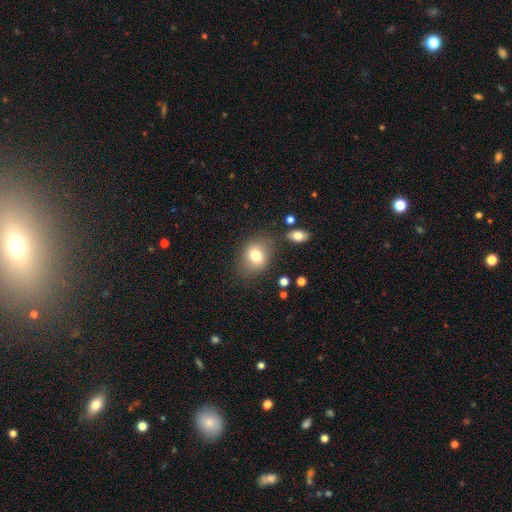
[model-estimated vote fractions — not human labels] A smooth galaxy with no disk features (76%) that is in between round and cigar-shaped (53%).

Vote fractions:
- Smooth or featured? smooth: 76% / featured or disk: 13% / star or artifact: 11%
- How rounded? in between: 53% / round: 46% / cigar-shaped: 1%
- Merging? none: 73% / minor disturbance: 16% / major disturbance: 6% / merger: 5%